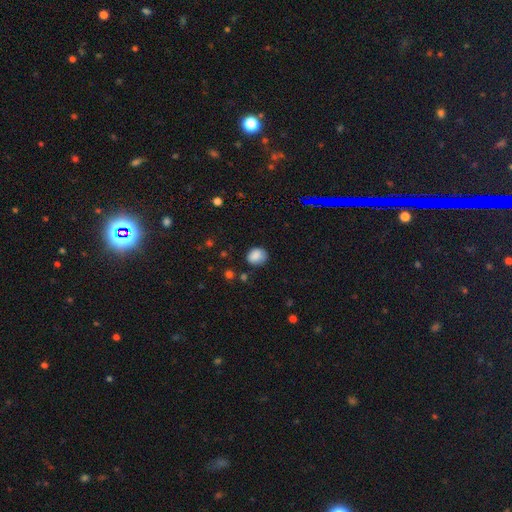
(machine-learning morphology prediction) Smooth or featured?
  - smooth: 86% *
  - star or artifact: 9%
  - featured or disk: 5%
How rounded?
  - round: 63% *
  - in between: 36%
  - cigar-shaped: 1%
Merging?
  - none: 73% *
  - minor disturbance: 20%
  - major disturbance: 5%
  - merger: 2%